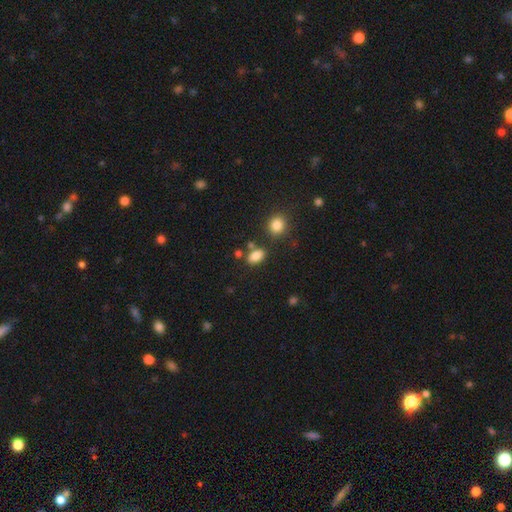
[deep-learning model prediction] A smooth galaxy with no disk features (85%) that is in between round and cigar-shaped (86%). Merging: none (72%).